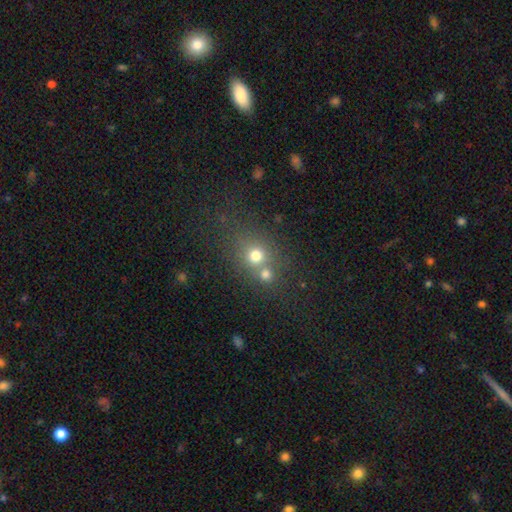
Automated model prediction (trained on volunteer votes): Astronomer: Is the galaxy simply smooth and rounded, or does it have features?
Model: smooth — 70%.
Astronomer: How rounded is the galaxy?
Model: round — 82%.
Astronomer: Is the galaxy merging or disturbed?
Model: none — 50% (runner-up: merger, 38%).